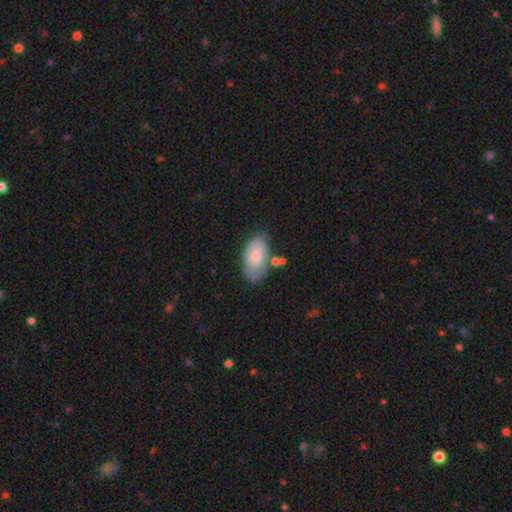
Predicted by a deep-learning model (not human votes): Smooth or featured? smooth (71%)
How rounded? in between (94%)
Merging? none (59%)